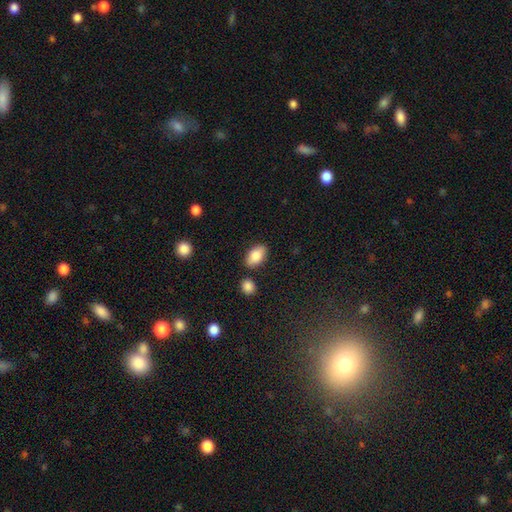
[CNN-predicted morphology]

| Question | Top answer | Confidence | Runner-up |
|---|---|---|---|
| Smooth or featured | smooth | 83% | featured or disk (10%) |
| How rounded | in between | 91% | round (6%) |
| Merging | none | 80% | minor disturbance (12%) |